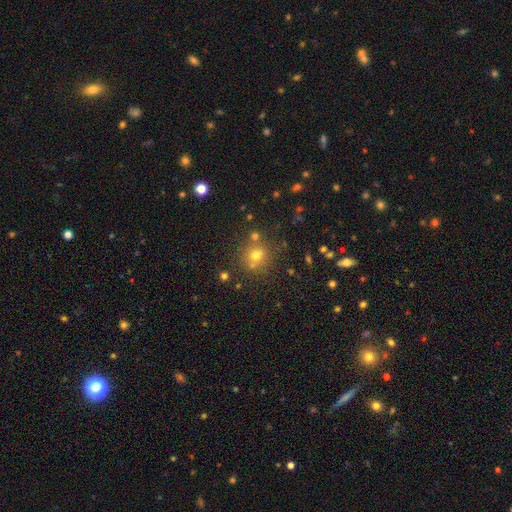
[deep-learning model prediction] smooth 67%, star or artifact 21%, featured or disk 12%. Down the decision tree: how rounded — round (87%); merging — none (71%).